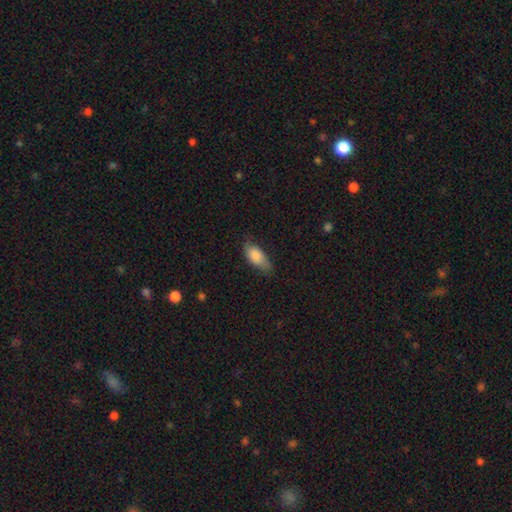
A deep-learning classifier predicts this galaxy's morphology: Smooth or featured: smooth — 83% (featured or disk — 11%)
How rounded: in between — 86% (cigar-shaped — 11%)
Merging: none — 60% (minor disturbance — 31%)